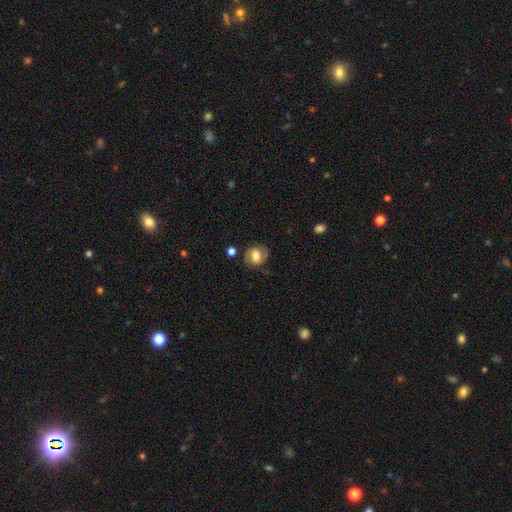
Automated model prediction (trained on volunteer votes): Overall: smooth (47%; featured or disk 45%). Merging: none (76%).